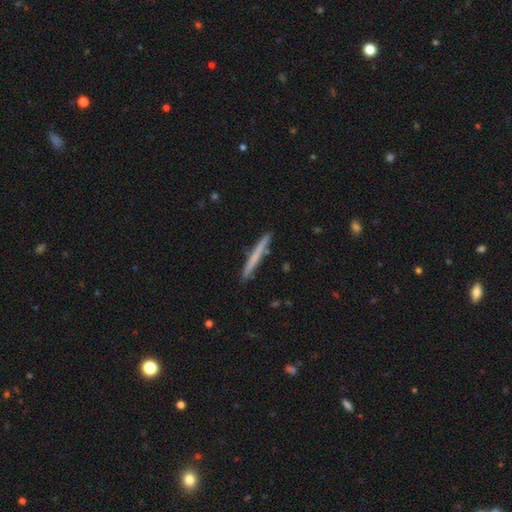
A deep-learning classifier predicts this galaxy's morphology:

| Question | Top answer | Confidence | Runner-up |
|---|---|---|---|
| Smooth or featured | smooth | 57% | featured or disk (37%) |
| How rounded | cigar-shaped | 97% | in between (2%) |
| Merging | none | 91% | minor disturbance (7%) |